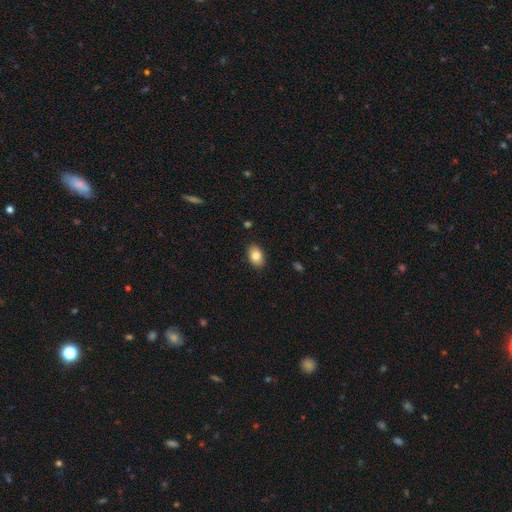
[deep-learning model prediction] Q: Smooth or featured?
A: smooth (83%); runner-up: featured or disk (9%)
Q: How rounded?
A: in between (87%); runner-up: round (12%)
Q: Merging?
A: none (88%); runner-up: minor disturbance (9%)